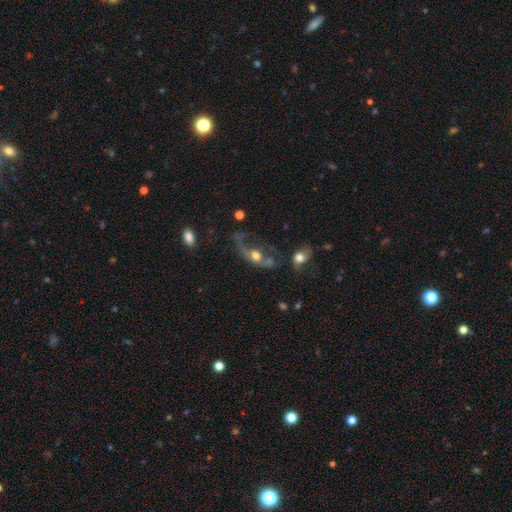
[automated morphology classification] A featured or disk galaxy (49%).

Vote fractions:
- Smooth or featured? featured or disk: 49% / smooth: 39% / star or artifact: 12%
- Merging? major disturbance: 44% / none: 21% / merger: 21% / minor disturbance: 14%